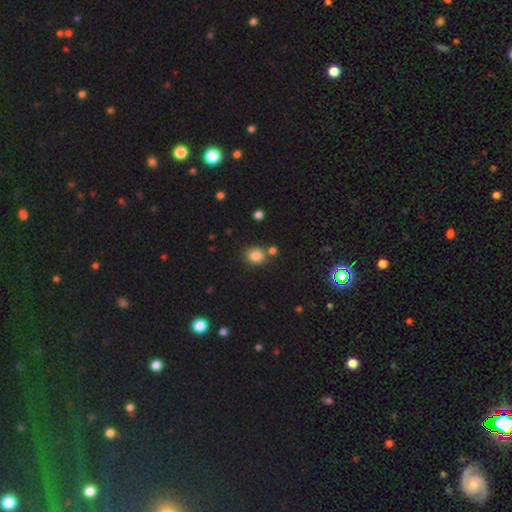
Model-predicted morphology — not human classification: The model was most divided on "how rounded": round: 67%, in between: 32%, cigar-shaped: 1%. More confident: smooth or featured — smooth (84%); merging — none (73%).